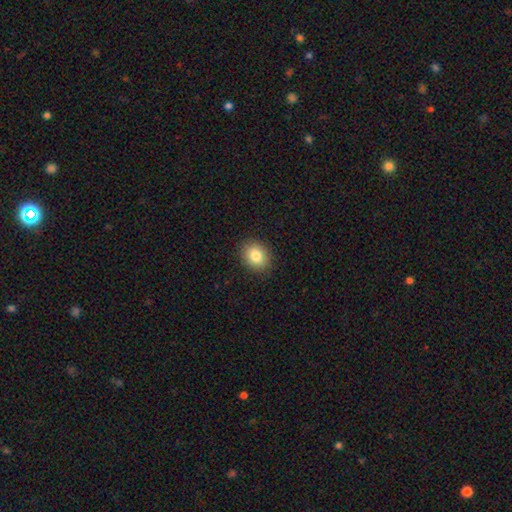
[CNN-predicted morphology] Smooth or featured? Predicted: smooth (p=0.84). How rounded? Predicted: round (p=0.57). Merging? Predicted: none (p=0.90).